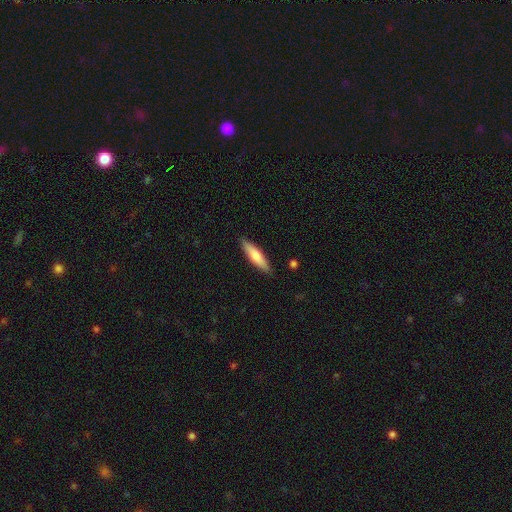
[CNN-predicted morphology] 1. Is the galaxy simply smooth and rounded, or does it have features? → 70% smooth, 25% featured or disk, 5% star or artifact.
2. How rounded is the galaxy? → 76% cigar-shaped, 23% in between, 1% round.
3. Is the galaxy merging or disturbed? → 89% none, 8% minor disturbance, 2% major disturbance, 1% merger.